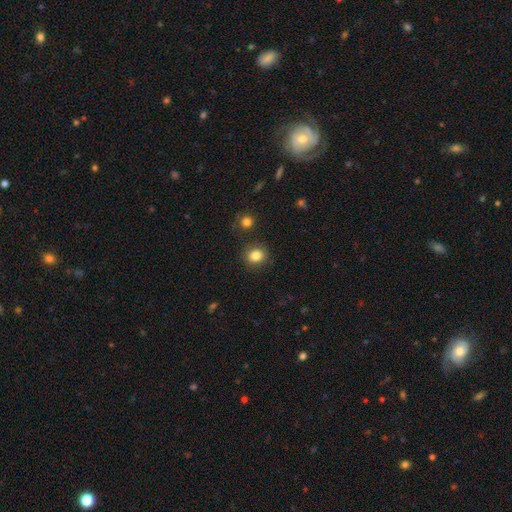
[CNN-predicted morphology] Q: Smooth or featured?
A: smooth (84%); runner-up: star or artifact (11%)
Q: How rounded?
A: round (72%); runner-up: in between (27%)
Q: Merging?
A: none (86%); runner-up: minor disturbance (8%)